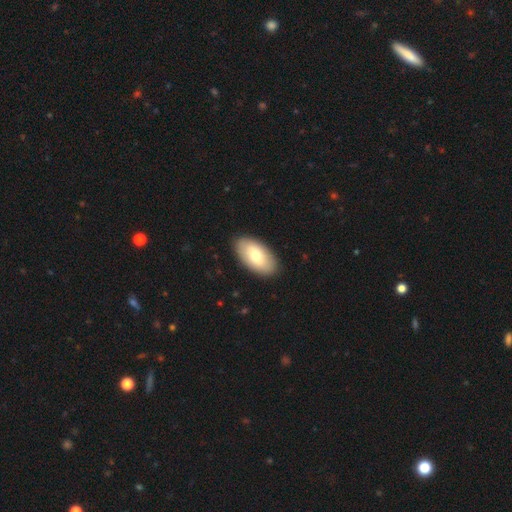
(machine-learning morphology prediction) Smooth or featured? Predicted: smooth (p=0.74). How rounded? Predicted: in between (p=0.95). Merging? Predicted: none (p=0.89).